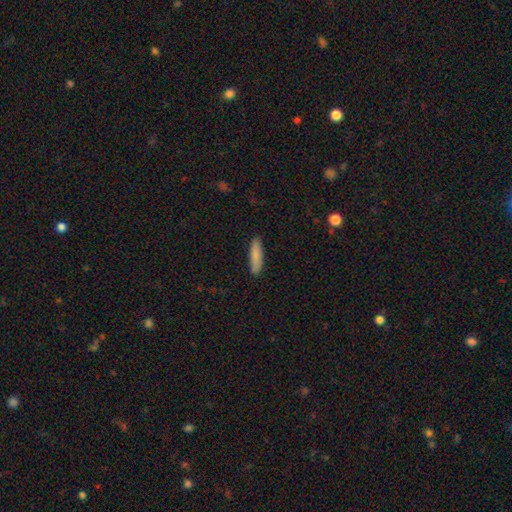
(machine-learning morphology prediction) Q: Smooth or featured?
A: smooth (84%); runner-up: featured or disk (10%)
Q: How rounded?
A: cigar-shaped (72%); runner-up: in between (27%)
Q: Merging?
A: none (89%); runner-up: minor disturbance (8%)